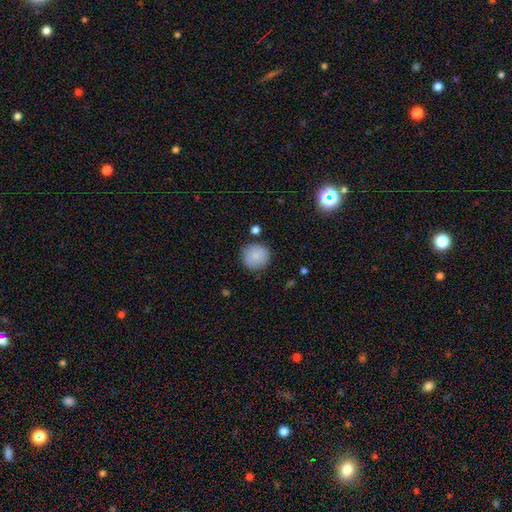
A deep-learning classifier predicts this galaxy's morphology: smooth-or-featured: smooth: 85% | star or artifact: 8% | featured or disk: 6%
  how-rounded: round: 93% | in between: 6% | cigar-shaped: 1%
  merging: none: 82% | minor disturbance: 12% | major disturbance: 3% | merger: 3%